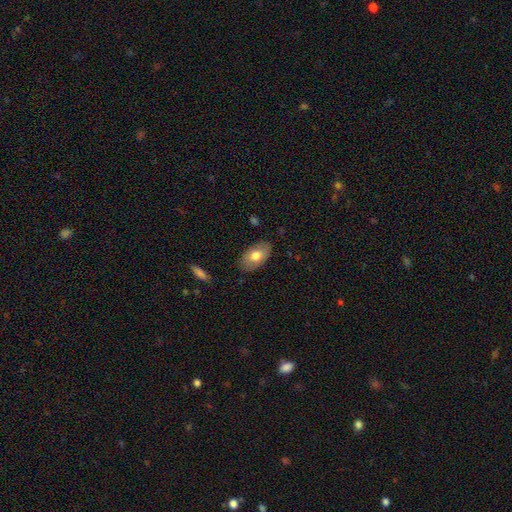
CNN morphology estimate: smooth_or_featured: smooth (p=0.71) [alt: featured or disk p=0.22]
how_rounded: in between (p=0.93) [alt: round p=0.05]
merging: none (p=0.84) [alt: minor disturbance p=0.12]